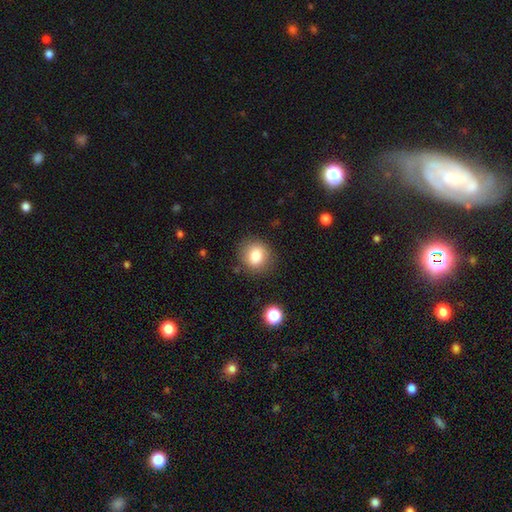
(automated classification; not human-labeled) Morphology: type=smooth (82%); roundness=round (81%); merging=none (85%).